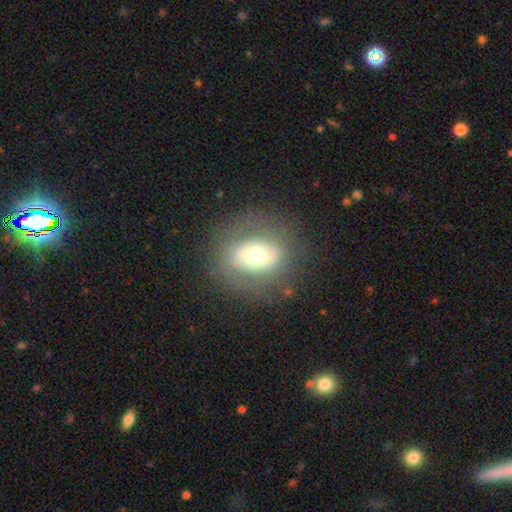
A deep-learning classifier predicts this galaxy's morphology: Smooth or featured? smooth (52%)
How rounded? round (54%)
Merging? none (77%)